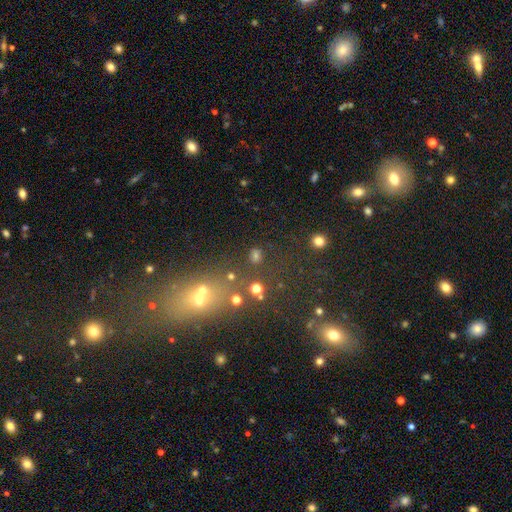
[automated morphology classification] Smooth or featured? Predicted: smooth (p=0.63). How rounded? Predicted: round (p=0.69). Merging? Predicted: none (p=0.72).